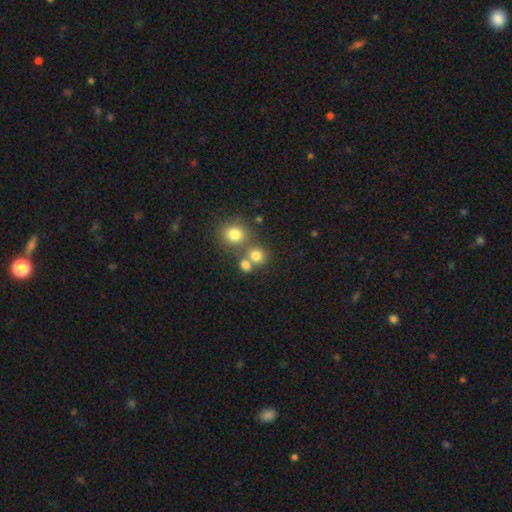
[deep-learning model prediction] Smooth or featured?
  - smooth: 76% *
  - star or artifact: 14%
  - featured or disk: 9%
How rounded?
  - round: 84% *
  - in between: 15%
  - cigar-shaped: 1%
Merging?
  - none: 55% *
  - merger: 33%
  - minor disturbance: 8%
  - major disturbance: 4%